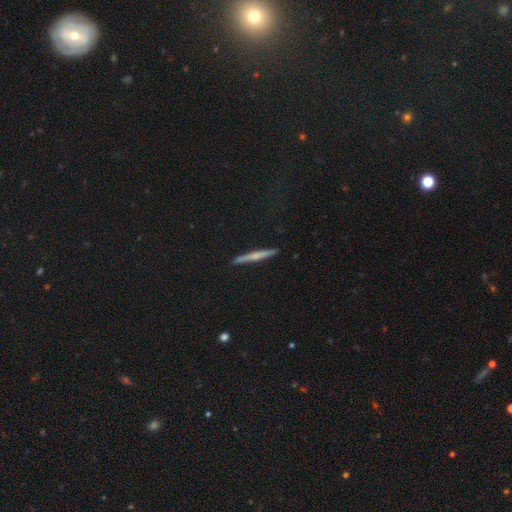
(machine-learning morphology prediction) Q: Smooth or featured?
A: featured or disk (50%); runner-up: smooth (44%)
Q: Merging?
A: none (90%); runner-up: minor disturbance (7%)